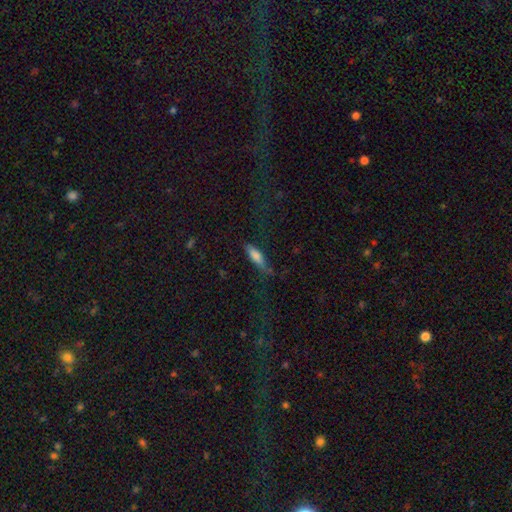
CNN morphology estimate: This appears to be a smooth galaxy with no disk features (74%) that is cigar-shaped (58%). Merging: none (66%).